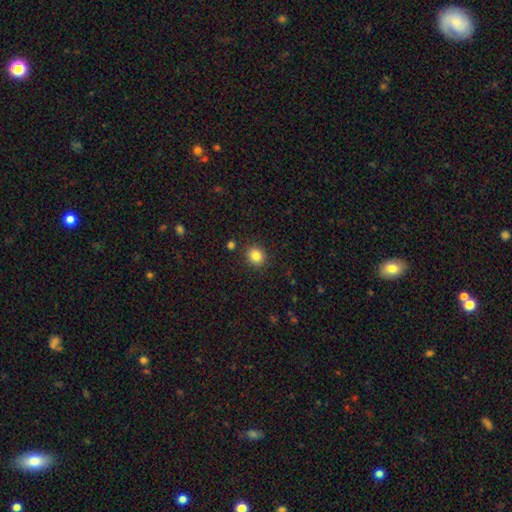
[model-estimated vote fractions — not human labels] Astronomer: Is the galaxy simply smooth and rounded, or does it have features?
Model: smooth — 84%.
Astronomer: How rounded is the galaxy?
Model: round — 76%.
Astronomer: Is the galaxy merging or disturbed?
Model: none — 88%.